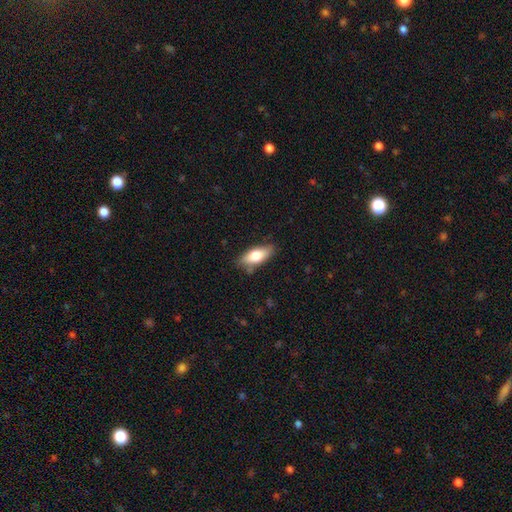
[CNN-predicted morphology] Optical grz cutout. It shows a smooth galaxy with no disk features (71%) that is in between round and cigar-shaped (78%). Merging: none (76%).